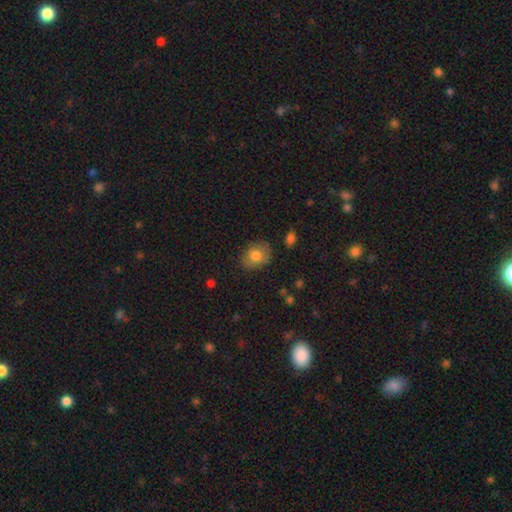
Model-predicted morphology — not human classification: smooth 77%, featured or disk 15%, star or artifact 8%. Down the decision tree: how rounded — in between (57%); merging — none (76%).